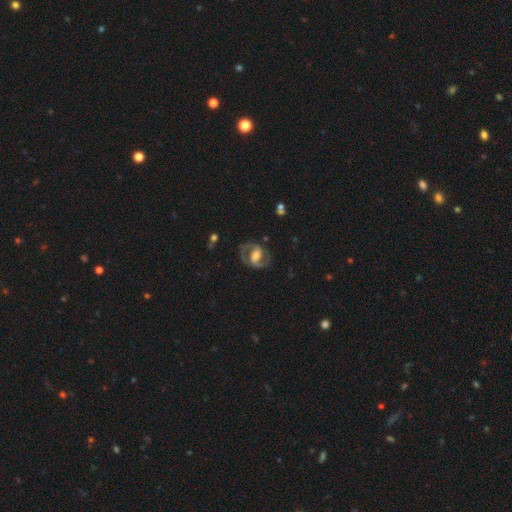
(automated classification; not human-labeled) Overall: featured or disk (83%). Edge-on disk: no (97%). Bar: weak (43%; strong 36%). Spiral arms: yes (93%). Spiral arm count: 2 (91%). Spiral winding: medium (59%; tight 23%). Bulge size: moderate (43%; large 24%). Merging: none (75%).